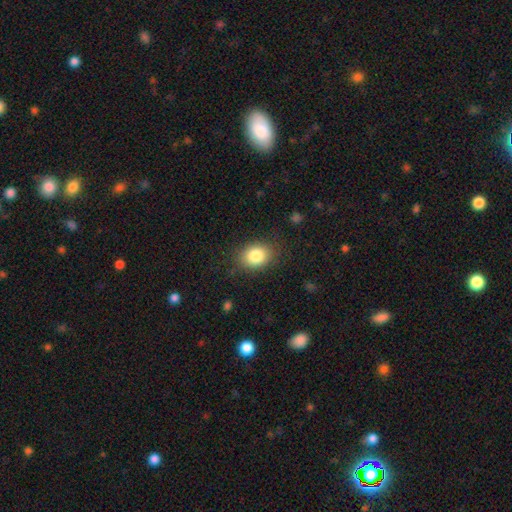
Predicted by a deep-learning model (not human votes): Smooth or featured? Predicted: smooth (p=0.83). How rounded? Predicted: in between (p=0.58). Merging? Predicted: none (p=0.83).